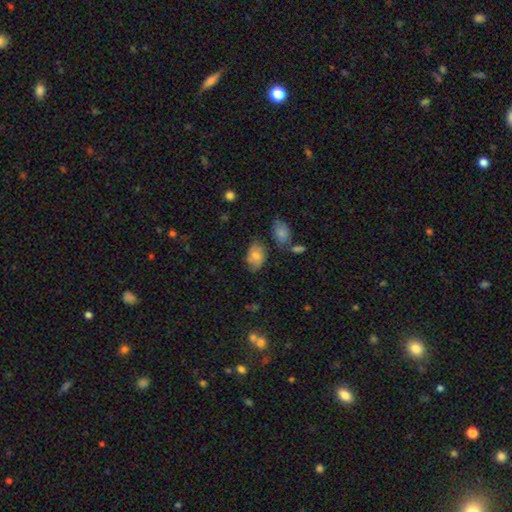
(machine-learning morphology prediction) The model was most divided on "merging": none: 58%, minor disturbance: 27%, major disturbance: 9%, merger: 6%. More confident: how rounded — in between (81%); smooth or featured — smooth (65%).